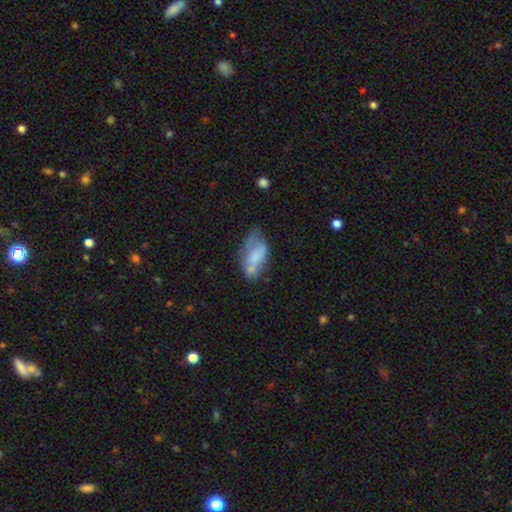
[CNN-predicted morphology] A smooth galaxy with no disk features (59%) that is in between round and cigar-shaped (90%). Merging: none (32%).